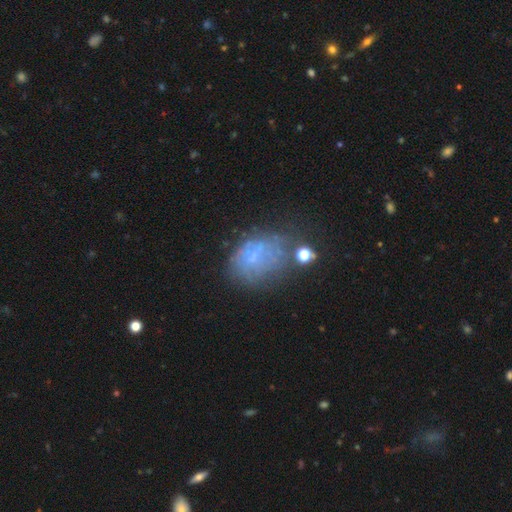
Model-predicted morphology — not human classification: Overall: featured or disk (42%; smooth 37%). Merging: none (41%; major disturbance 26%).